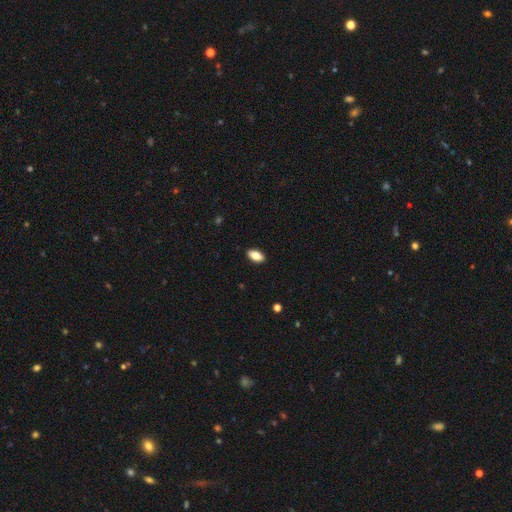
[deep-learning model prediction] Overall: smooth (84%). How rounded: in between (91%). Merging: none (90%).